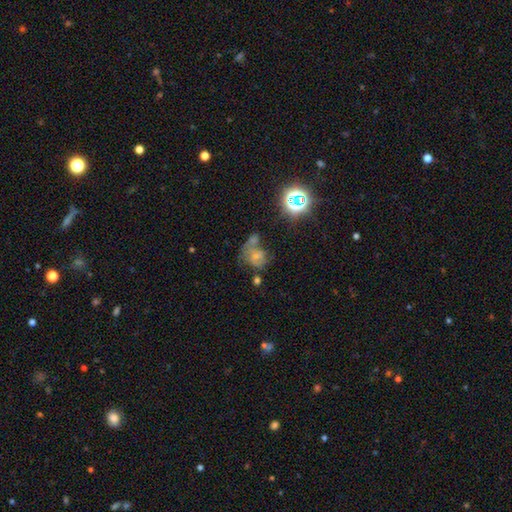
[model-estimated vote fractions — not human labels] A smooth galaxy with no disk features (43%).

Vote fractions:
- Smooth or featured? smooth: 43% / featured or disk: 34% / star or artifact: 23%
- Merging? merger: 33% / none: 31% / minor disturbance: 19% / major disturbance: 17%